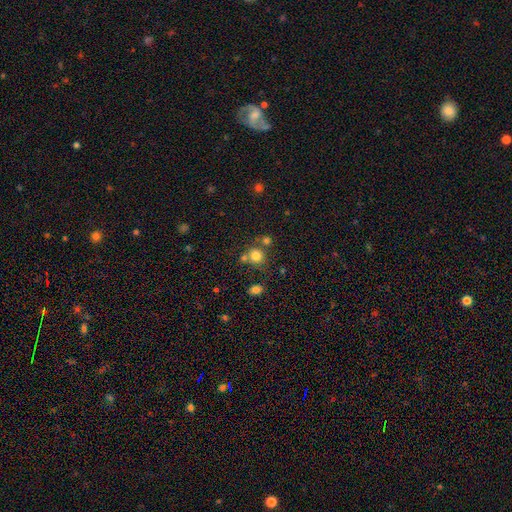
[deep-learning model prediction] smooth 79%, star or artifact 13%, featured or disk 8%. Down the decision tree: how rounded — round (88%); merging — none (64%).